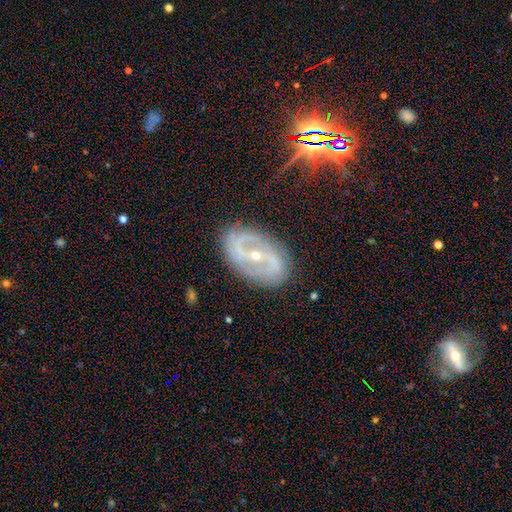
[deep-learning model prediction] featured or disk 85%, star or artifact 8%, smooth 7%. Down the decision tree: edge-on disk — no (94%); bar — strong (46%); spiral arms — yes (86%); spiral arm count — 2 (84%); spiral winding — medium (44%); bulge size — small (65%); merging — none (82%).